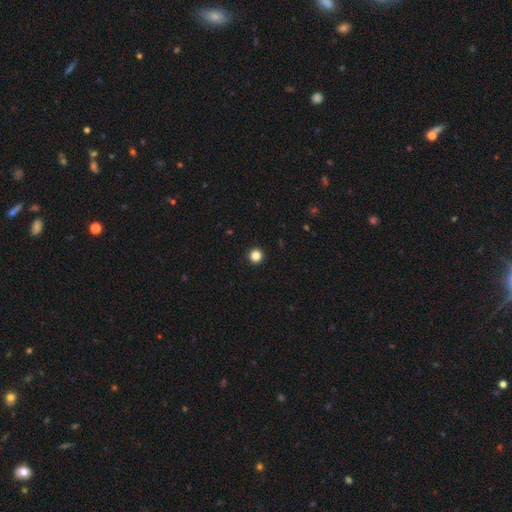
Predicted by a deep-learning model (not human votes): A smooth galaxy with no disk features (85%) that is round (96%).

Vote fractions:
- Smooth or featured? smooth: 85% / star or artifact: 12% / featured or disk: 4%
- How rounded? round: 96% / in between: 3% / cigar-shaped: 1%
- Merging? none: 94% / minor disturbance: 3% / major disturbance: 1% / merger: 1%